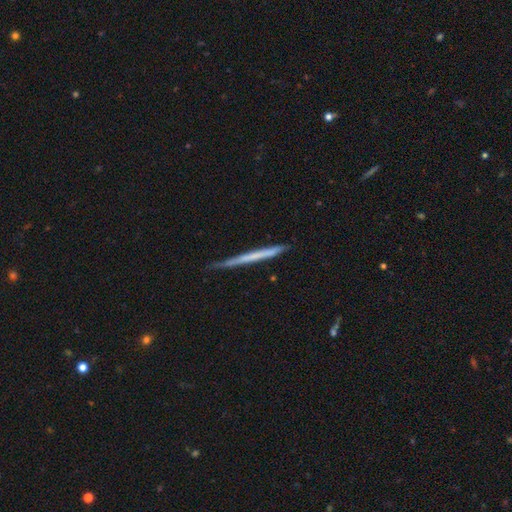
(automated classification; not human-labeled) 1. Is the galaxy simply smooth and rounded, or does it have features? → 48% smooth, 46% featured or disk, 5% star or artifact.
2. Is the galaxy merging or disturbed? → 81% none, 15% minor disturbance, 2% major disturbance, 2% merger.